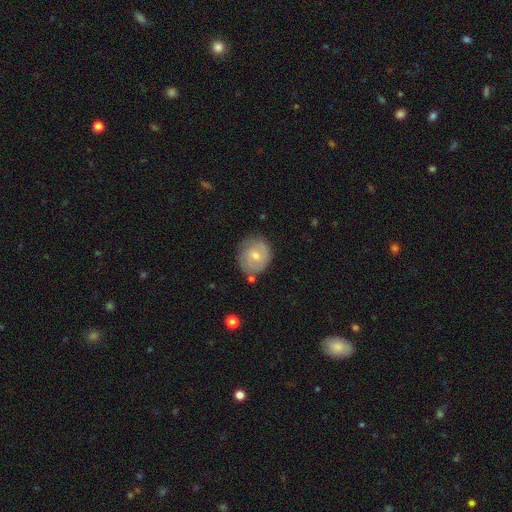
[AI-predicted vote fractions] Morphology: type=smooth (56%); roundness=round (75%); merging=none (72%).